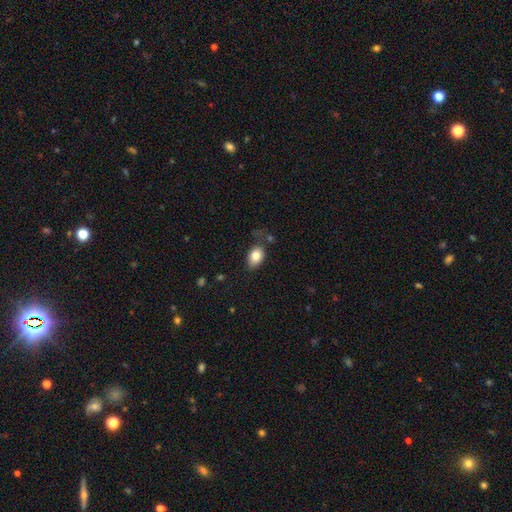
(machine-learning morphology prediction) The model was most divided on "merging": none: 69%, minor disturbance: 20%, major disturbance: 6%, merger: 5%. More confident: how rounded — in between (84%); smooth or featured — smooth (82%).